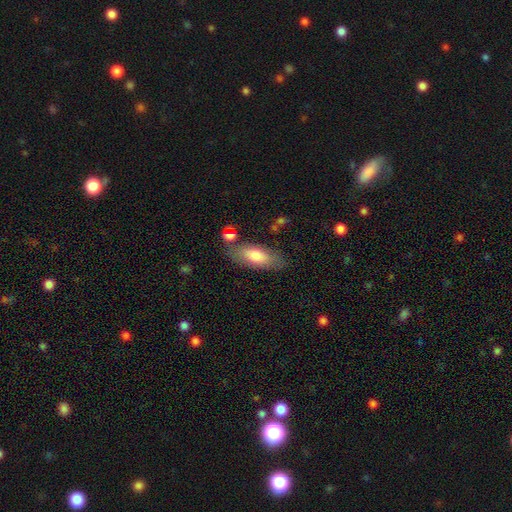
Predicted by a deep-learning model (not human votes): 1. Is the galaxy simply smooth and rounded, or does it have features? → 73% smooth, 21% featured or disk, 6% star or artifact.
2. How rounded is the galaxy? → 76% in between, 21% cigar-shaped, 2% round.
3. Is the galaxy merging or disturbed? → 74% none, 16% minor disturbance, 6% merger, 4% major disturbance.